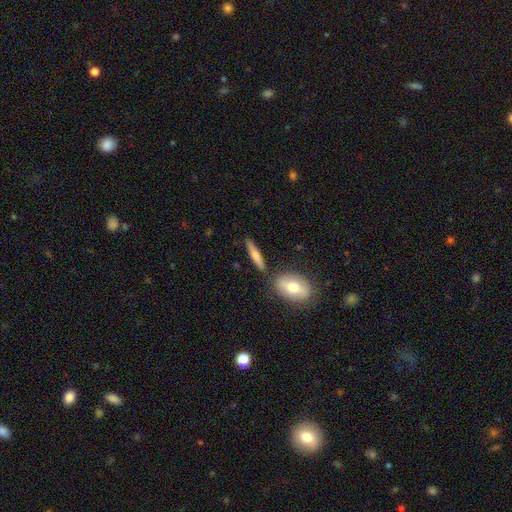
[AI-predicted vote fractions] A smooth galaxy with no disk features (61%) that is cigar-shaped (80%). Merging: none (78%).